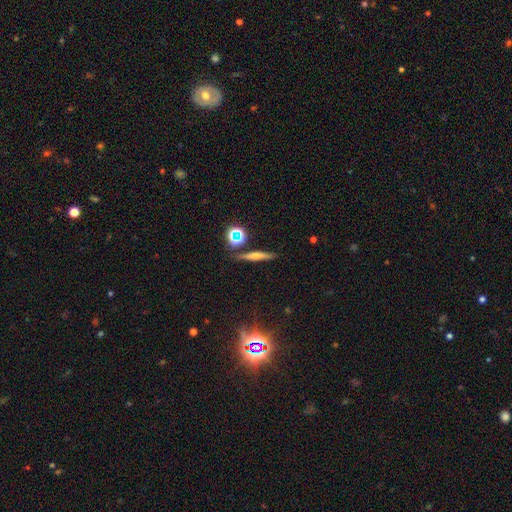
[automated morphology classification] Q: Smooth or featured?
A: smooth (46%); runner-up: featured or disk (38%)
Q: Merging?
A: none (83%); runner-up: minor disturbance (9%)